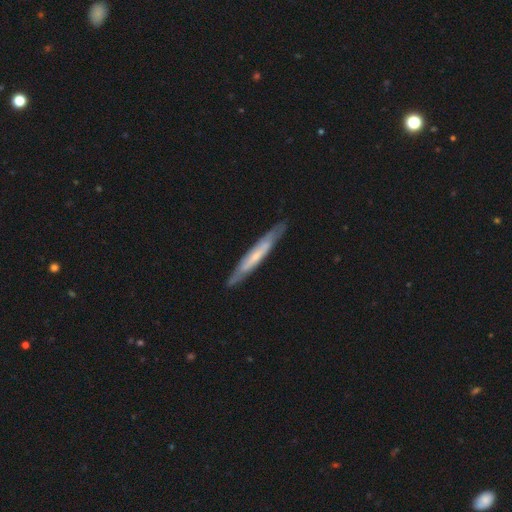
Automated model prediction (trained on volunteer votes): Smooth or featured? Predicted: featured or disk (p=0.58). Edge-on disk? Predicted: yes (p=0.79). Merging? Predicted: none (p=0.85).